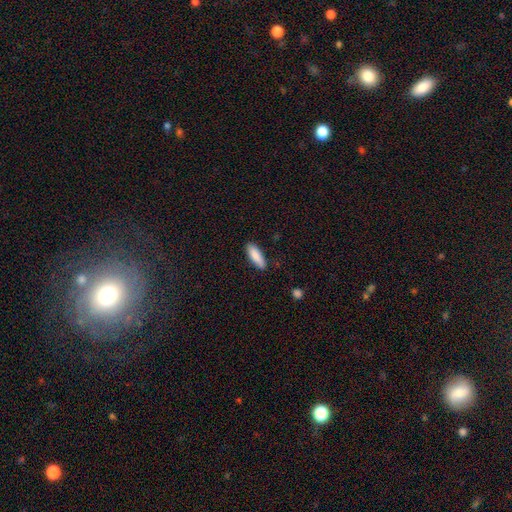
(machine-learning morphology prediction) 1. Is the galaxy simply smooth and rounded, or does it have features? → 87% smooth, 7% featured or disk, 6% star or artifact.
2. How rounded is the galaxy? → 55% in between, 43% cigar-shaped, 2% round.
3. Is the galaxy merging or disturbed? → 85% none, 12% minor disturbance, 2% major disturbance, 2% merger.